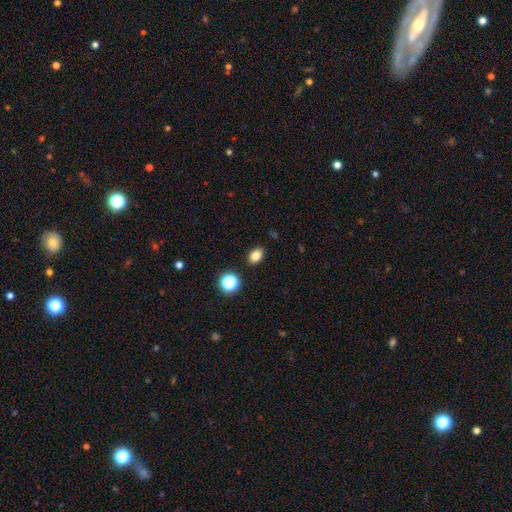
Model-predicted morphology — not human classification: Overall: smooth (81%). How rounded: in between (73%). Merging: none (88%).